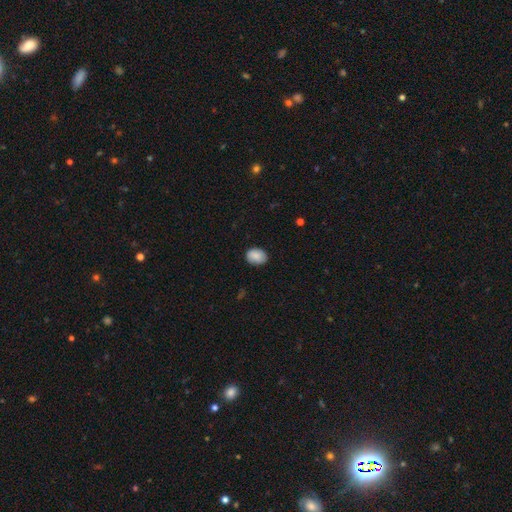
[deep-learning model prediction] A smooth galaxy with no disk features (87%) that is in between round and cigar-shaped (70%).

Vote fractions:
- Smooth or featured? smooth: 87% / star or artifact: 7% / featured or disk: 6%
- How rounded? in between: 70% / round: 29% / cigar-shaped: 1%
- Merging? none: 83% / minor disturbance: 13% / major disturbance: 2% / merger: 1%